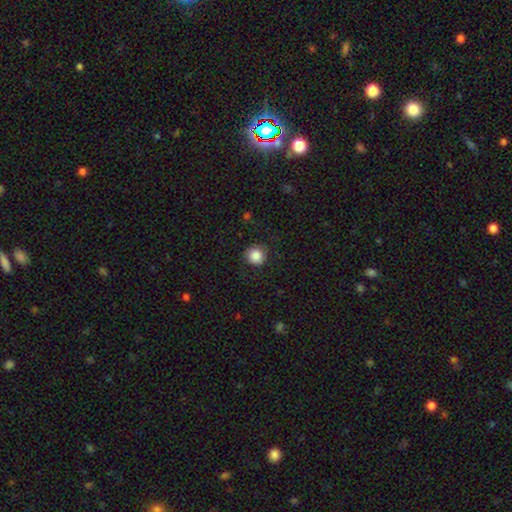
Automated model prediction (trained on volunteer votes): Smooth or featured?
  - smooth: 86% *
  - star or artifact: 9%
  - featured or disk: 5%
How rounded?
  - round: 92% *
  - in between: 7%
  - cigar-shaped: 1%
Merging?
  - none: 83% *
  - minor disturbance: 12%
  - major disturbance: 4%
  - merger: 1%